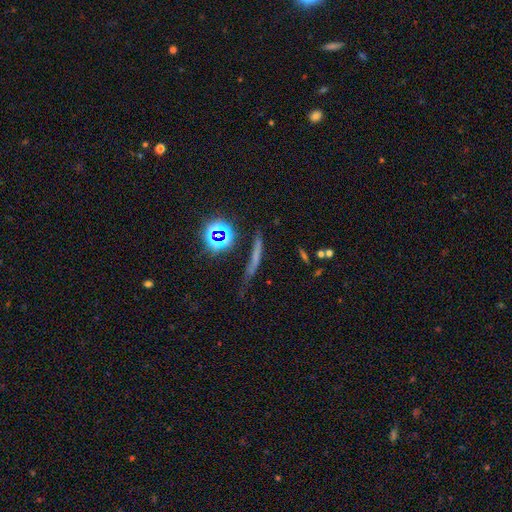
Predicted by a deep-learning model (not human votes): Smooth or featured? Predicted: smooth (p=0.39). Merging? Predicted: none (p=0.66).